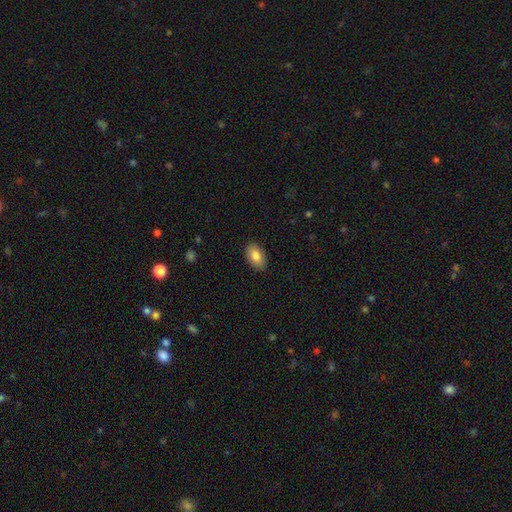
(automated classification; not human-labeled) Smooth or featured? Predicted: smooth (p=0.85). How rounded? Predicted: in between (p=0.93). Merging? Predicted: none (p=0.89).